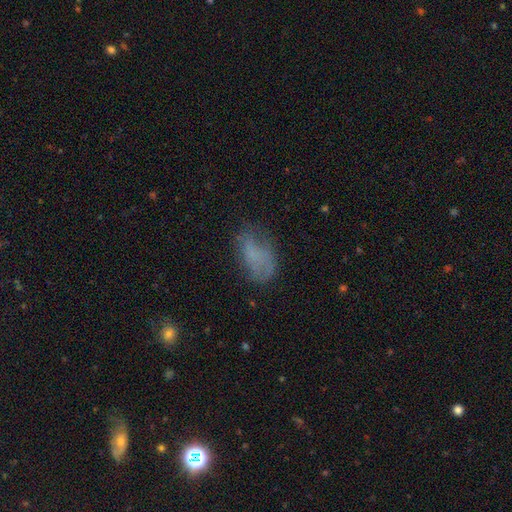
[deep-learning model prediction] Smooth or featured? Predicted: smooth (p=0.59). How rounded? Predicted: in between (p=0.90). Merging? Predicted: none (p=0.54).